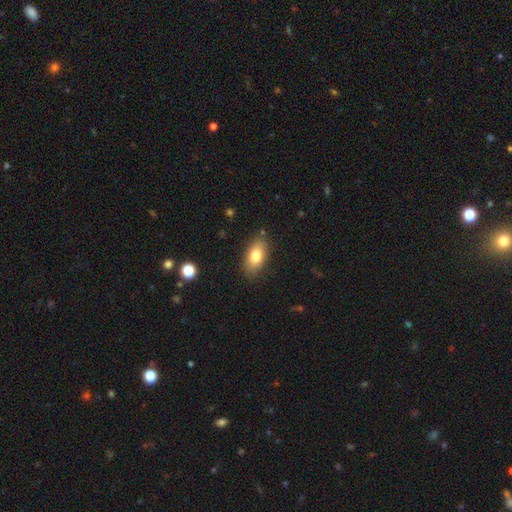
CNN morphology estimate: Overall: smooth (79%). How rounded: in between (91%). Merging: none (84%).